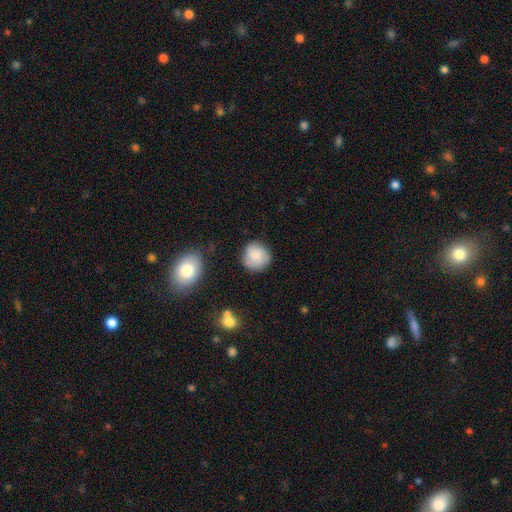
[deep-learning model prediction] smooth 75%, featured or disk 18%, star or artifact 7%. Down the decision tree: how rounded — round (89%); merging — none (76%).